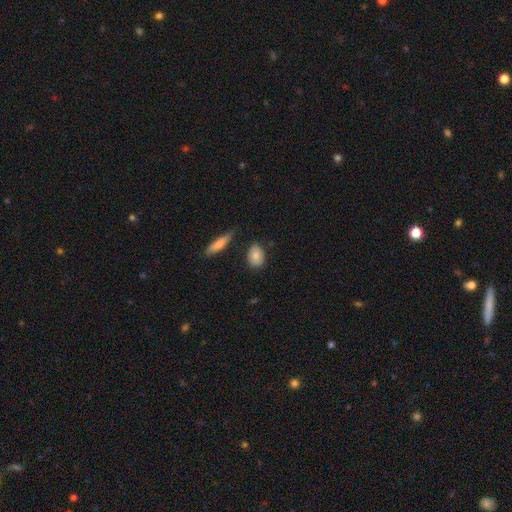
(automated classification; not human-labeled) smooth_or_featured: smooth (p=0.80) [alt: featured or disk p=0.12]
how_rounded: in between (p=0.71) [alt: round p=0.25]
merging: none (p=0.77) [alt: minor disturbance p=0.16]